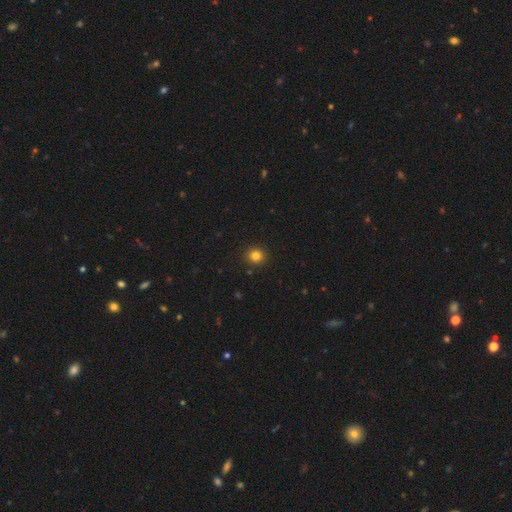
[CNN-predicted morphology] This appears to be a smooth galaxy with no disk features (82%) that is round (92%). Merging: none (92%).